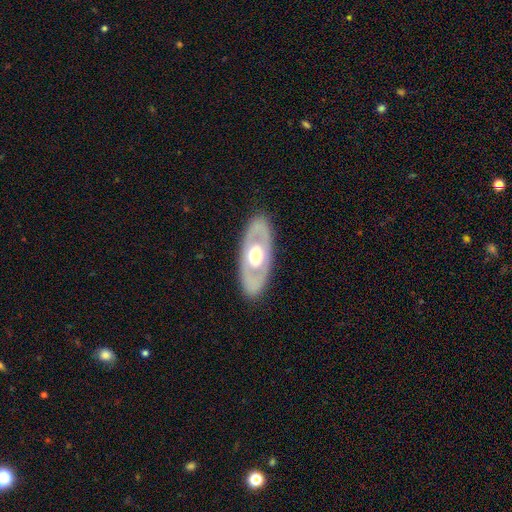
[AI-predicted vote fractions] Smooth or featured? featured or disk (61%)
Edge-on disk? no (83%)
Bar? no (88%)
Spiral arms? no (87%)
Bulge size? moderate (55%)
Merging? none (86%)